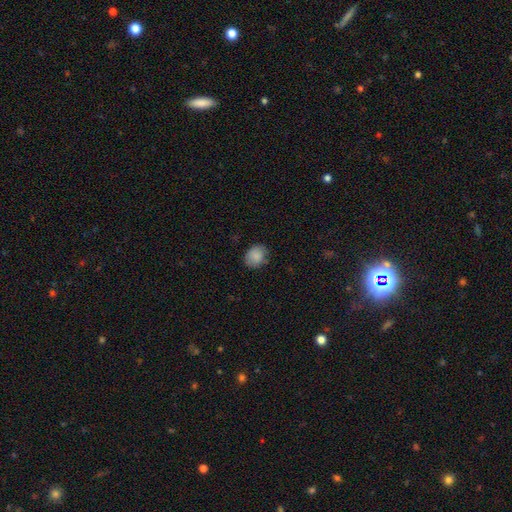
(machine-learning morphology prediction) A smooth galaxy with no disk features (87%) that is round (52%). Merging: none (78%).